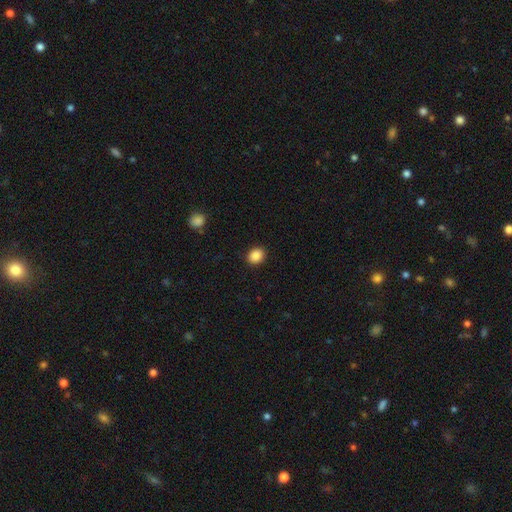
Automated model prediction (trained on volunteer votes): Smooth or featured?
  - smooth: 88% *
  - star or artifact: 9%
  - featured or disk: 3%
How rounded?
  - round: 59% *
  - in between: 40%
  - cigar-shaped: 1%
Merging?
  - none: 90% *
  - minor disturbance: 6%
  - major disturbance: 2%
  - merger: 1%